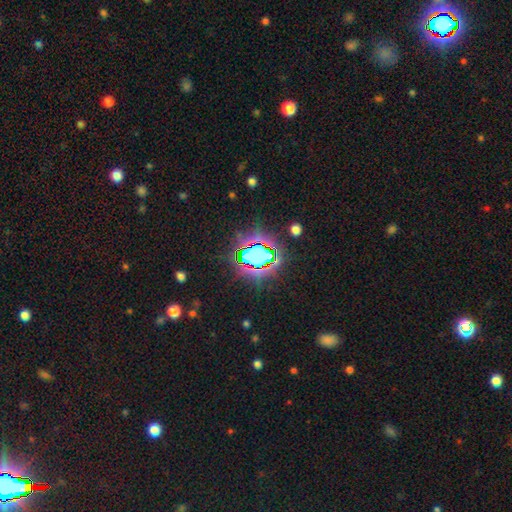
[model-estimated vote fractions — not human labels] A star or artifact, not a galaxy (67%).